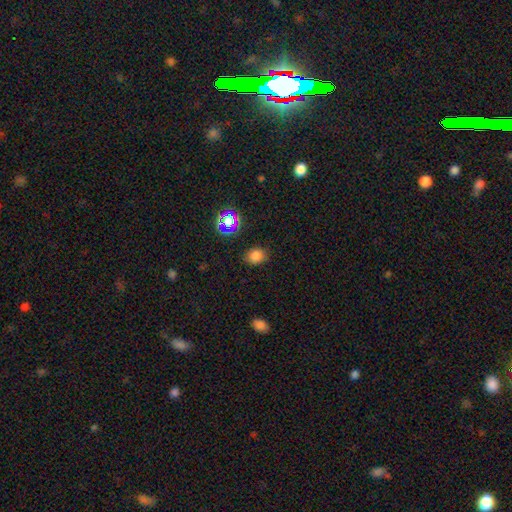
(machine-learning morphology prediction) type=smooth (78%); roundness=in between (56%); merging=none (82%).